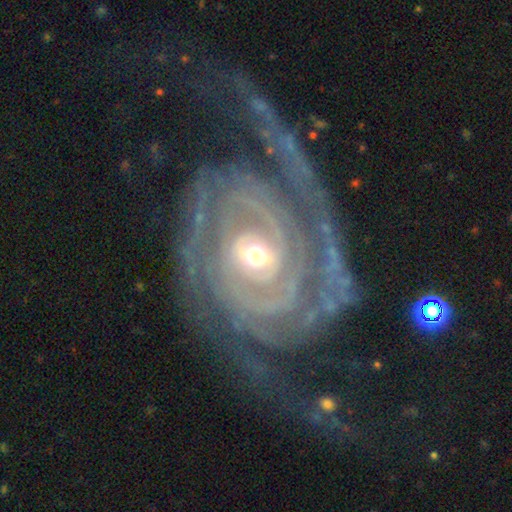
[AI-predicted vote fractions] Smooth or featured? featured or disk (92%)
Edge-on disk? no (97%)
Bar? no (42%)
Spiral arms? yes (97%)
Spiral winding? tight (75%)
Spiral arm count? 2 (29%)
Bulge size? moderate (48%)
Merging? none (64%)